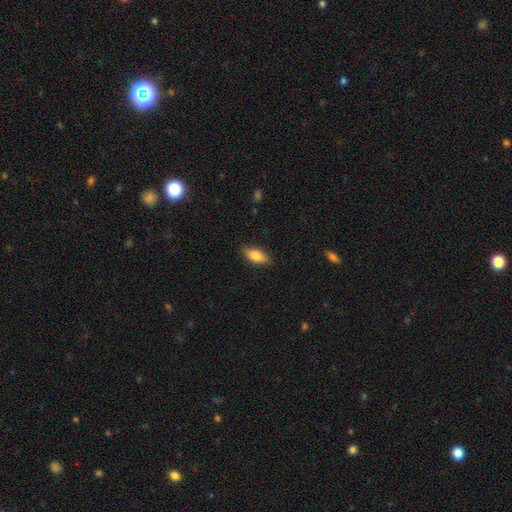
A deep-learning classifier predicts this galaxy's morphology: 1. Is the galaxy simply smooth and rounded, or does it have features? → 80% smooth, 13% featured or disk, 7% star or artifact.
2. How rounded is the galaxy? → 82% in between, 15% cigar-shaped, 3% round.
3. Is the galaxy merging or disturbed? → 85% none, 11% minor disturbance, 2% major disturbance, 1% merger.